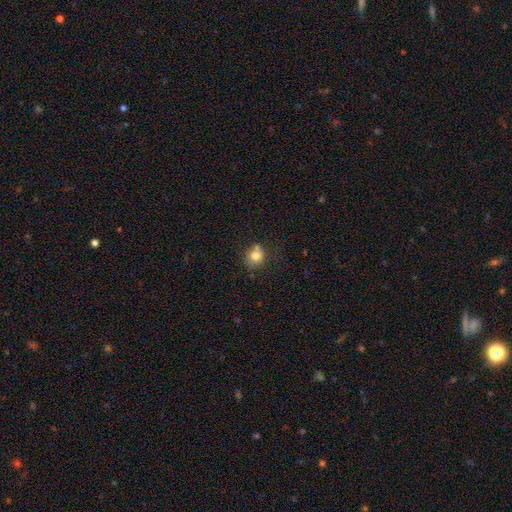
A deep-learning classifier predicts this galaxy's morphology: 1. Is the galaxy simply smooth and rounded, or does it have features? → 78% smooth, 11% star or artifact, 10% featured or disk.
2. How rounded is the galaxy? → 79% round, 20% in between, 1% cigar-shaped.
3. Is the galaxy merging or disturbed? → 63% none, 17% merger, 16% minor disturbance, 4% major disturbance.